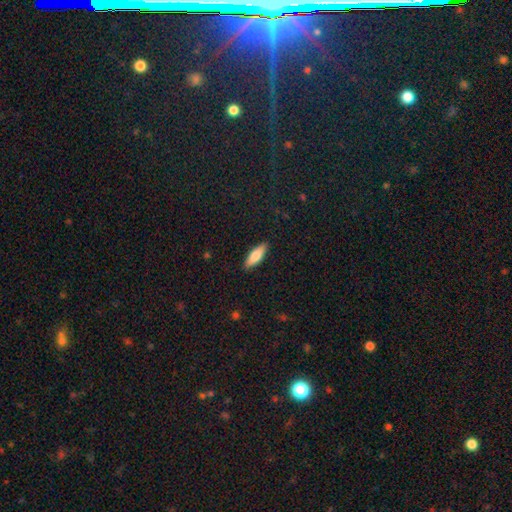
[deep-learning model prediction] Morphology: type=smooth (76%); roundness=in between (51%); merging=none (89%).